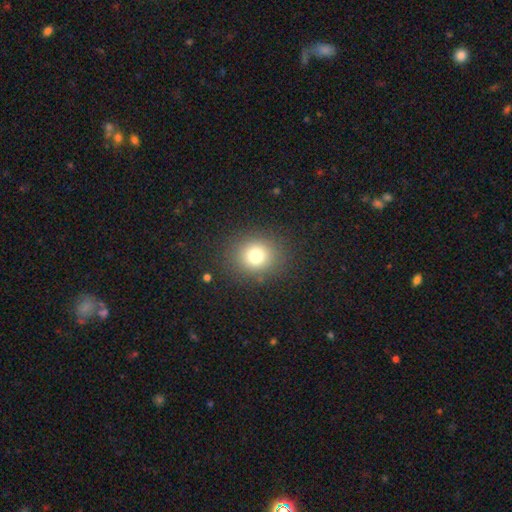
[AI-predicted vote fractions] This is likely a smooth galaxy (77%). How rounded: clearly round (80%). Merging: clearly none (88%).